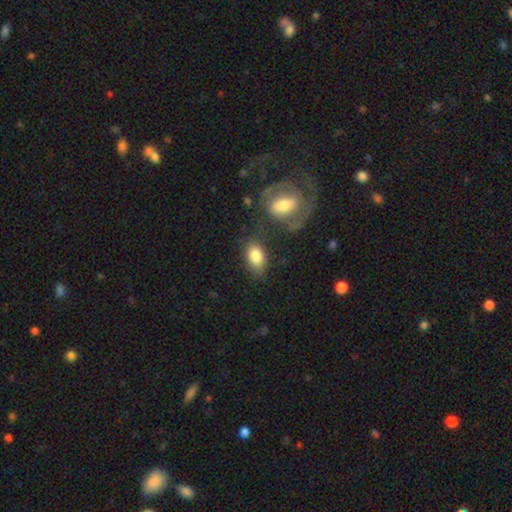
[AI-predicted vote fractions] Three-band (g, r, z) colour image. It shows a smooth galaxy with no disk features (83%) that is in between round and cigar-shaped (88%). Merging: none (60%).